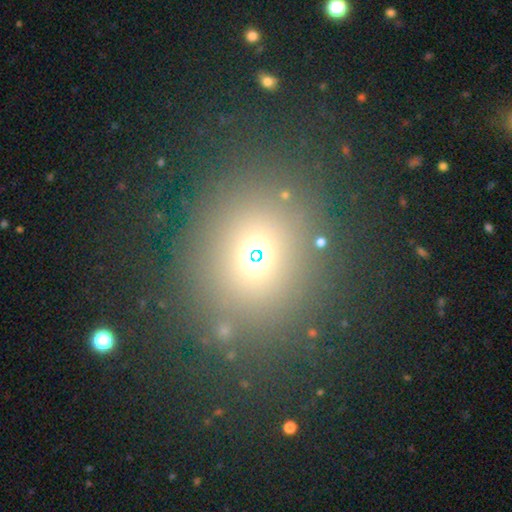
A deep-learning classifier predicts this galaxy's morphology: Smooth or featured? Predicted: smooth (p=0.62). How rounded? Predicted: round (p=0.64). Merging? Predicted: none (p=0.80).